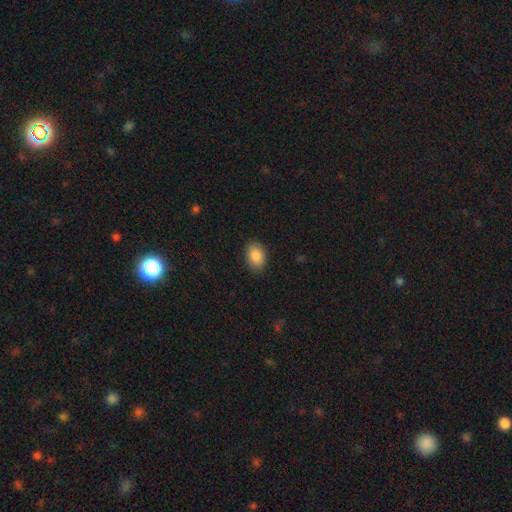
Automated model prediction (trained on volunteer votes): Morphology: type=smooth (88%); roundness=in between (82%); merging=none (88%).